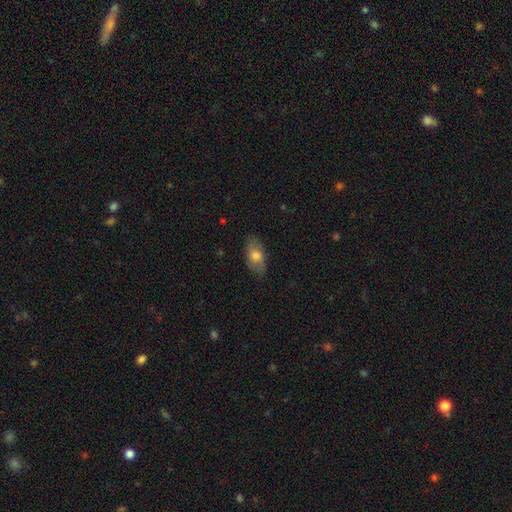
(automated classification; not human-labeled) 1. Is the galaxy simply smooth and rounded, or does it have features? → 68% smooth, 25% featured or disk, 7% star or artifact.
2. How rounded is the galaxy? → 90% in between, 5% round, 5% cigar-shaped.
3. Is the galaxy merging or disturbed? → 77% none, 18% minor disturbance, 4% major disturbance, 1% merger.